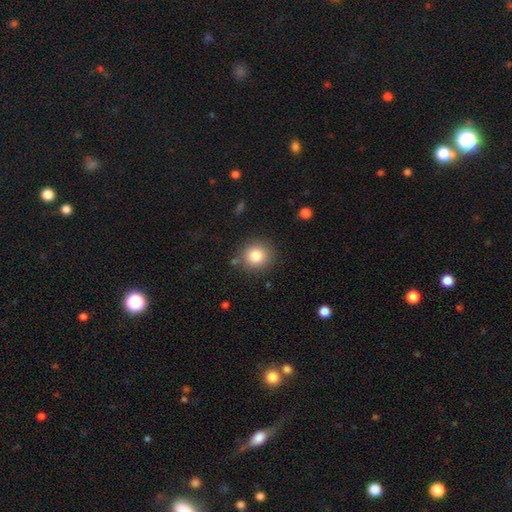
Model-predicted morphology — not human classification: This appears to be a smooth galaxy with no disk features (82%) that is round (90%). Merging: none (85%).